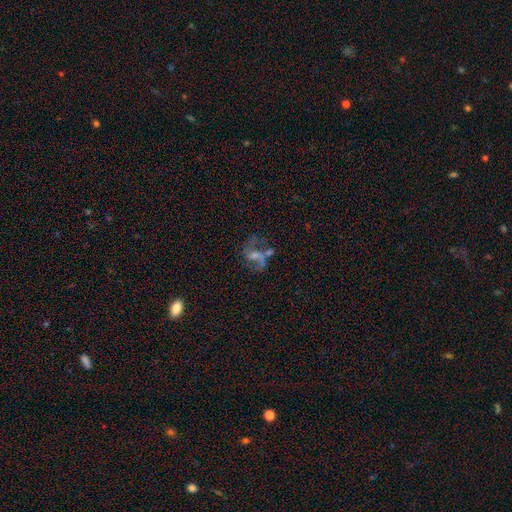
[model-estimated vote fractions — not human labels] smooth_or_featured: featured or disk (p=0.68) [alt: smooth p=0.18]
disk_edge_on: no (p=0.97) [alt: yes p=0.03]
bar: no (p=0.50) [alt: weak p=0.40]
has_spiral_arms: yes (p=0.80) [alt: no p=0.20]
spiral_winding: loose (p=0.65) [alt: medium p=0.29]
spiral_arm_count: 2 (p=0.78) [alt: 1 p=0.11]
bulge_size: moderate (p=0.41) [alt: small p=0.35]
merging: none (p=0.39) [alt: major disturbance p=0.25]